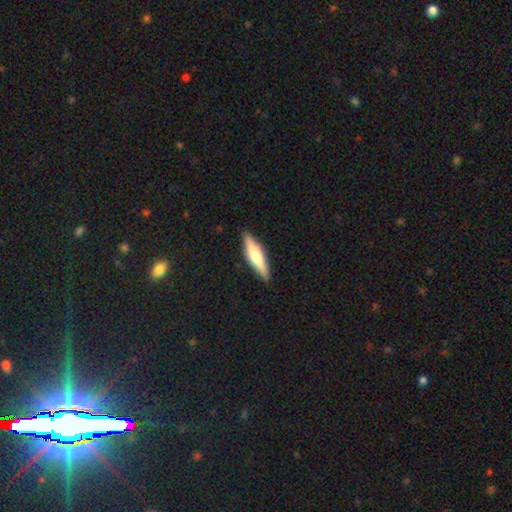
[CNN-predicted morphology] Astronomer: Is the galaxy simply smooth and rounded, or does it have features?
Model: smooth — 51% (runner-up: featured or disk, 44%).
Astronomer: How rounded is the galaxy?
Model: cigar-shaped — 76%.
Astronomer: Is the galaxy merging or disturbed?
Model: none — 90%.